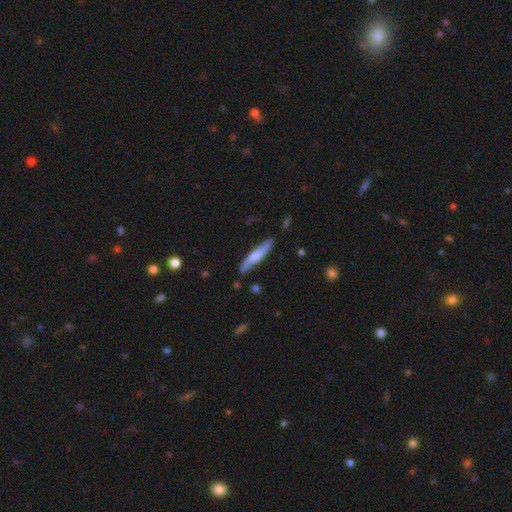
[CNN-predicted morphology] Q: Smooth or featured?
A: smooth (56%); runner-up: featured or disk (39%)
Q: How rounded?
A: cigar-shaped (89%); runner-up: in between (10%)
Q: Merging?
A: none (81%); runner-up: minor disturbance (14%)